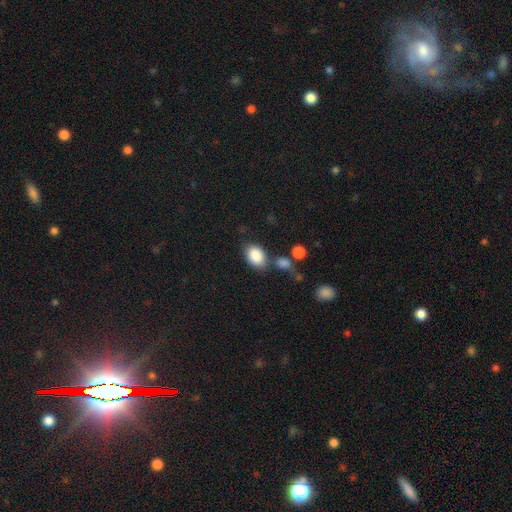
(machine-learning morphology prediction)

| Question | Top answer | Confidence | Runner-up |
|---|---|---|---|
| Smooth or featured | smooth | 87% | star or artifact (8%) |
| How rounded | in between | 76% | round (23%) |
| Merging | none | 63% | minor disturbance (17%) |